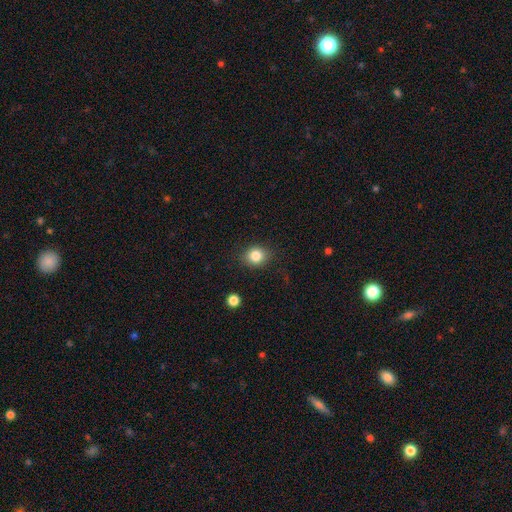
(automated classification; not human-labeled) Smooth or featured? smooth (83%)
How rounded? round (71%)
Merging? none (85%)